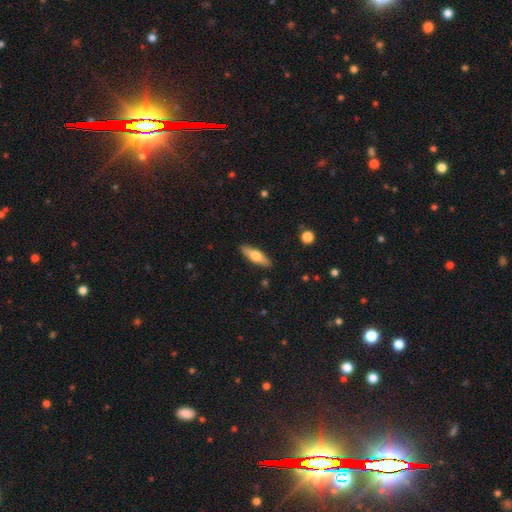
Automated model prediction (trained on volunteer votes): smooth-or-featured: smooth: 51% | featured or disk: 43% | star or artifact: 6%
  how-rounded: cigar-shaped: 55% | in between: 42% | round: 3%
  merging: none: 89% | minor disturbance: 8% | major disturbance: 2% | merger: 1%